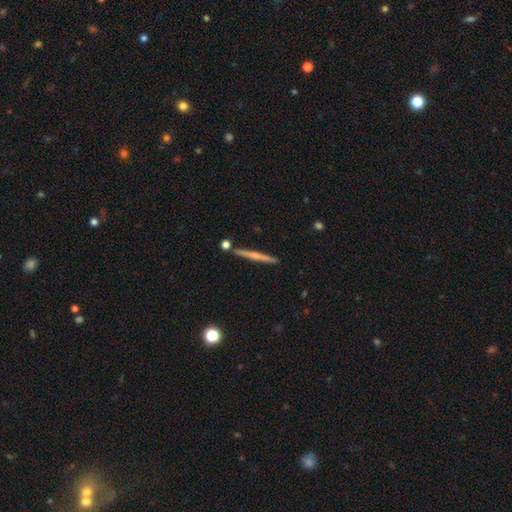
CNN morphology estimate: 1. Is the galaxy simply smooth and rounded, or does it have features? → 56% featured or disk, 37% smooth, 7% star or artifact.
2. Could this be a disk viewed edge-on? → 98% yes, 2% no.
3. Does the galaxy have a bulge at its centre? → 50% none, 43% rounded, 7% boxy.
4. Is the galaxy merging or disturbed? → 88% none, 7% minor disturbance, 3% merger, 2% major disturbance.